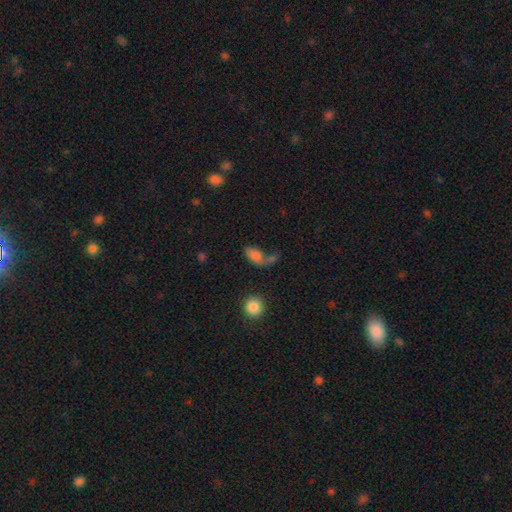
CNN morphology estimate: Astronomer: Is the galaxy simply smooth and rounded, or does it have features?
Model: smooth — 77%.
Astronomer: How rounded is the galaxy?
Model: in between — 88%.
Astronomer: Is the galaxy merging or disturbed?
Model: none — 37% (runner-up: merger, 34%).